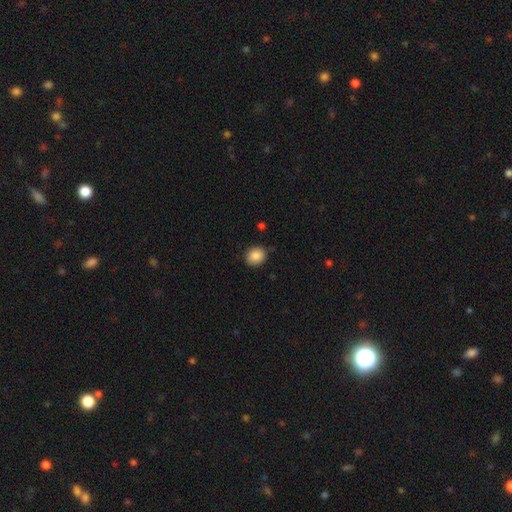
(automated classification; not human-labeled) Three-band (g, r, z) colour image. It shows a smooth galaxy with no disk features (88%) that is round (76%). Merging: none (87%).